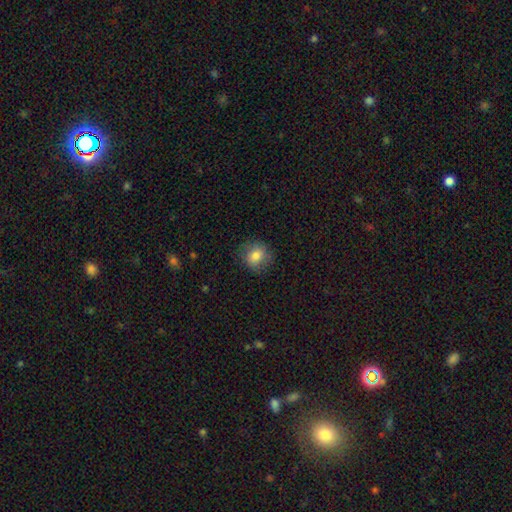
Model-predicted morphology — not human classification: smooth 79%, featured or disk 12%, star or artifact 9%. Down the decision tree: how rounded — round (73%); merging — none (78%).